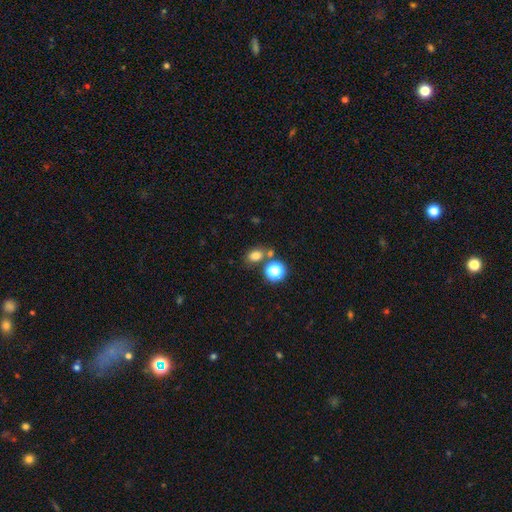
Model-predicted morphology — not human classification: smooth 75%, star or artifact 18%, featured or disk 7%. Down the decision tree: how rounded — in between (58%); merging — none (67%).